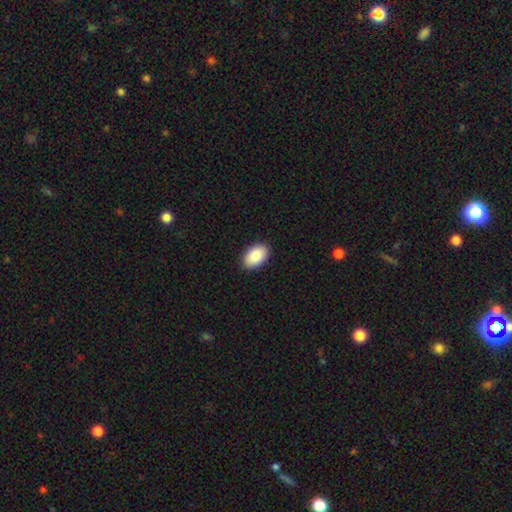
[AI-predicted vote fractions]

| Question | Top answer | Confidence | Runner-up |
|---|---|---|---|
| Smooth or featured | smooth | 87% | star or artifact (6%) |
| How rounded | in between | 93% | round (6%) |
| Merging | none | 90% | minor disturbance (7%) |